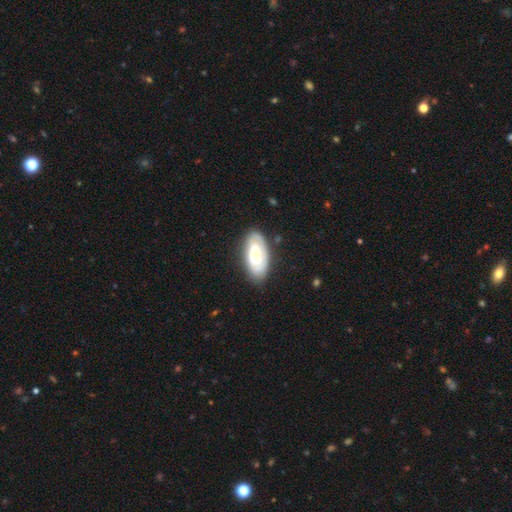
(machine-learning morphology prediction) Q: Smooth or featured?
A: featured or disk (51%); runner-up: smooth (43%)
Q: Edge-on disk?
A: no (93%); runner-up: yes (7%)
Q: Merging?
A: none (75%); runner-up: minor disturbance (18%)